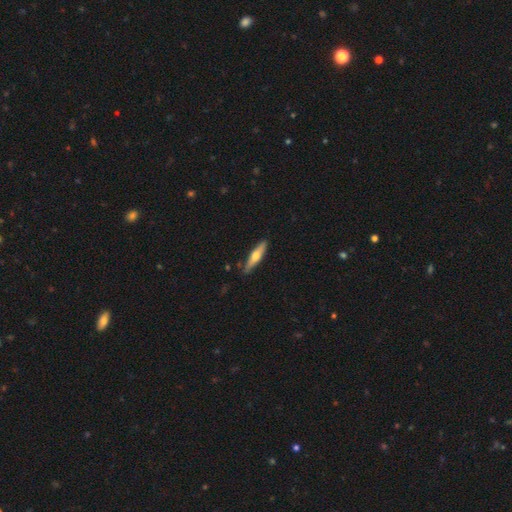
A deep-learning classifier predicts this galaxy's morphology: Smooth or featured? Predicted: smooth (p=0.49). Merging? Predicted: none (p=0.87).